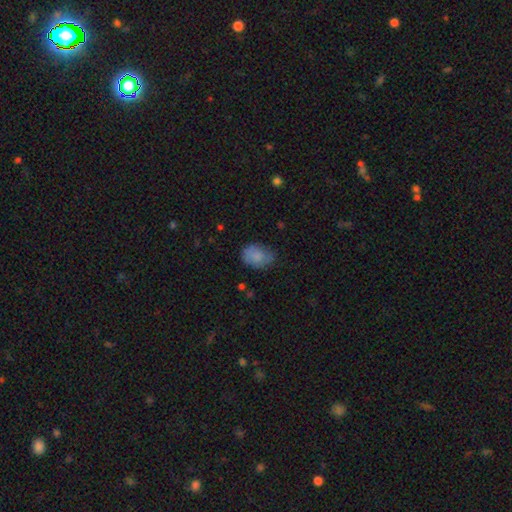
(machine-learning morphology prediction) Smooth or featured: smooth — 81% (featured or disk — 11%)
How rounded: in between — 76% (round — 23%)
Merging: none — 62% (minor disturbance — 30%)